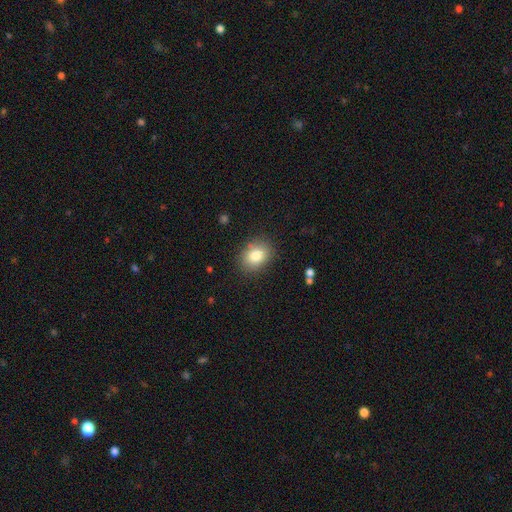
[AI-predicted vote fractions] Smooth or featured? smooth (82%)
How rounded? in between (60%)
Merging? none (84%)